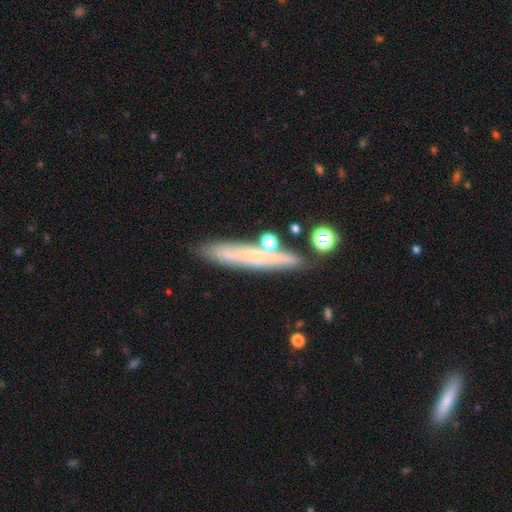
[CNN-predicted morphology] A smooth galaxy with no disk features (48%). Merging: none (76%).